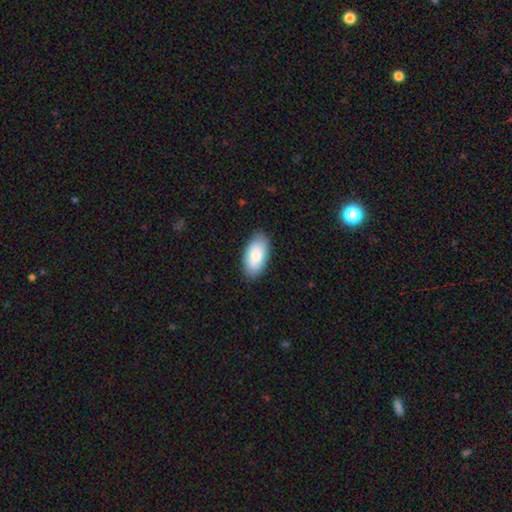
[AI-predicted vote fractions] Smooth or featured?
  - smooth: 84% *
  - featured or disk: 11%
  - star or artifact: 6%
How rounded?
  - in between: 95% *
  - cigar-shaped: 3%
  - round: 3%
Merging?
  - none: 86% *
  - minor disturbance: 11%
  - major disturbance: 2%
  - merger: 1%